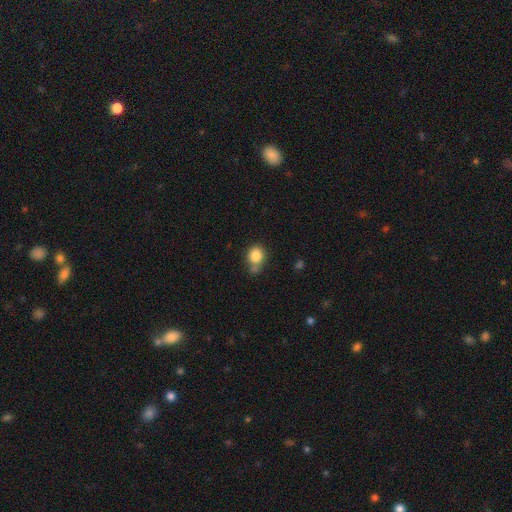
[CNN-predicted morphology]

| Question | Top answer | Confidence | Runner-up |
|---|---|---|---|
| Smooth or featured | smooth | 83% | star or artifact (10%) |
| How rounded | round | 69% | in between (30%) |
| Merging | none | 54% | minor disturbance (21%) |